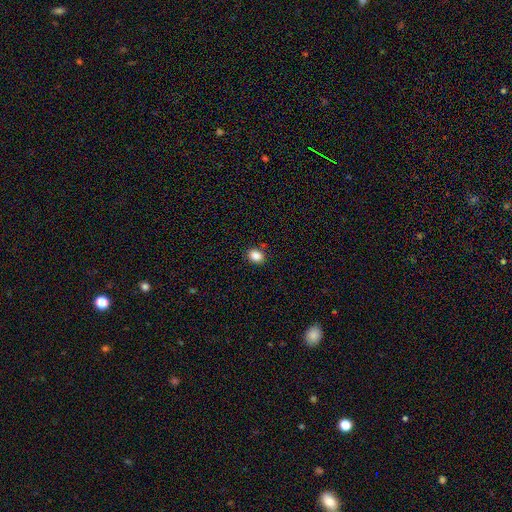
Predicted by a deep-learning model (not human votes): A smooth galaxy with no disk features (87%) that is in between round and cigar-shaped (60%).

Vote fractions:
- Smooth or featured? smooth: 87% / star or artifact: 9% / featured or disk: 4%
- How rounded? in between: 60% / round: 39% / cigar-shaped: 1%
- Merging? none: 85% / minor disturbance: 9% / merger: 3% / major disturbance: 2%